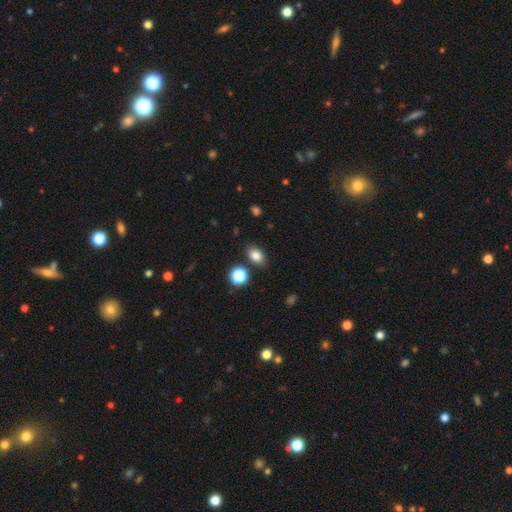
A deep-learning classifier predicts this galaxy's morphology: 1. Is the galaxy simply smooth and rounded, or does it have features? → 82% smooth, 12% star or artifact, 6% featured or disk.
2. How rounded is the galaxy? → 75% in between, 23% round, 1% cigar-shaped.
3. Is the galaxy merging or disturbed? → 81% none, 11% minor disturbance, 5% merger, 3% major disturbance.